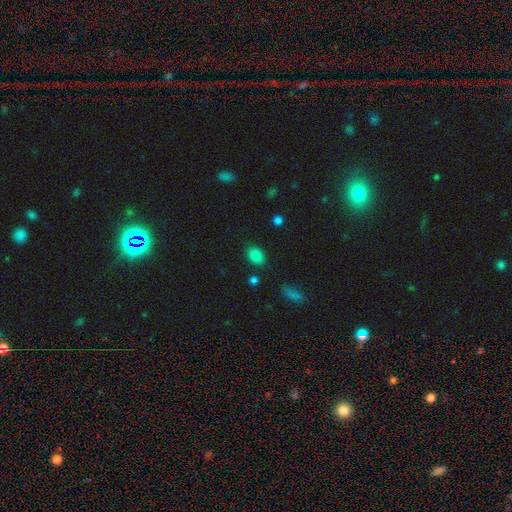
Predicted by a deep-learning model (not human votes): Smooth or featured?
  - smooth: 84% *
  - star or artifact: 11%
  - featured or disk: 5%
How rounded?
  - in between: 81% *
  - round: 18%
  - cigar-shaped: 1%
Merging?
  - none: 82% *
  - minor disturbance: 12%
  - major disturbance: 3%
  - merger: 3%